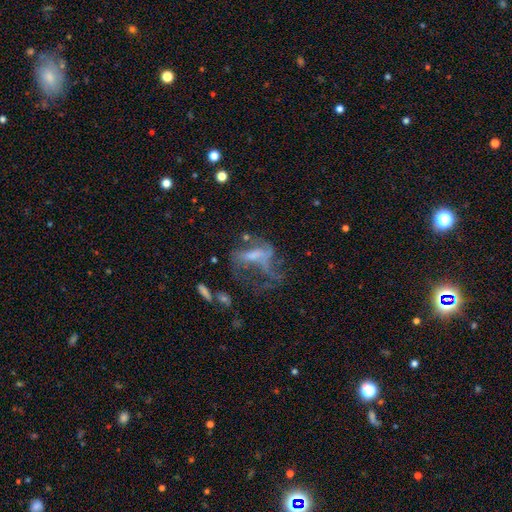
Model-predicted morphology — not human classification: The model was most divided on "bulge size": none: 49%, small: 22%, moderate: 21%, large: 7%, dominant: 2%. More confident: edge-on disk — no (94%); spiral arms — no (66%); bar — no (58%); smooth or featured — featured or disk (57%); merging — major disturbance (54%).